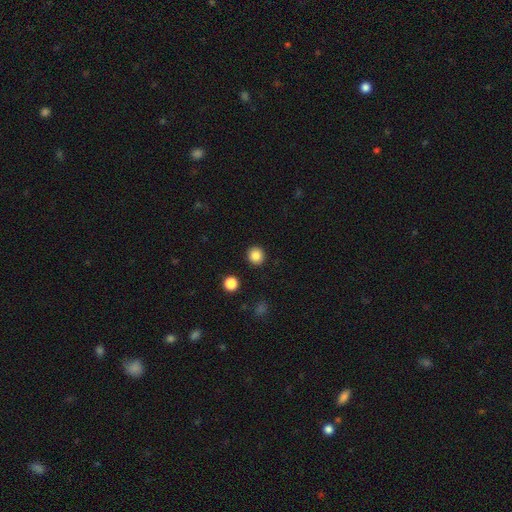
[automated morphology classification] Smooth or featured? smooth (85%)
How rounded? round (92%)
Merging? none (92%)